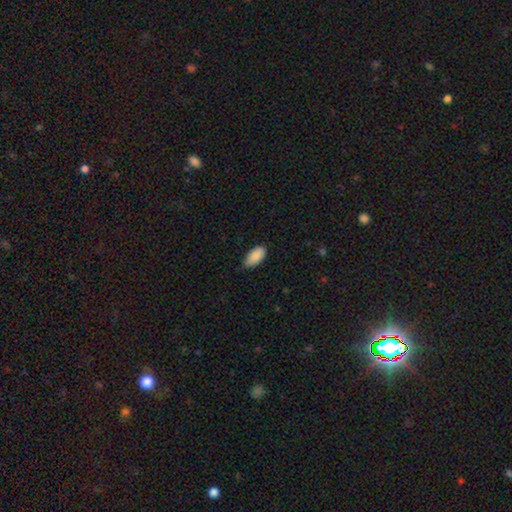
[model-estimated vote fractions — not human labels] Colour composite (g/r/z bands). It shows a smooth galaxy with no disk features (89%) that is in between round and cigar-shaped (94%). Merging: none (64%).